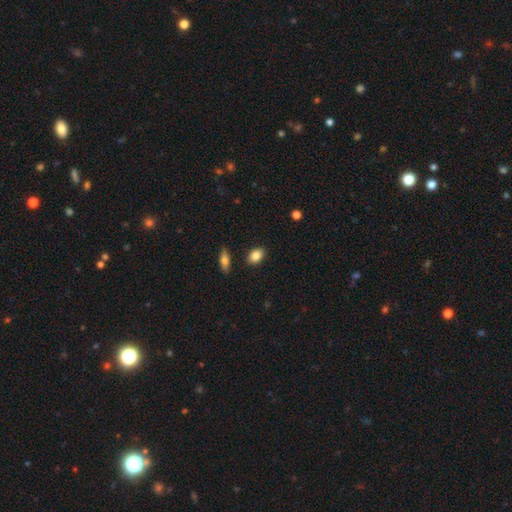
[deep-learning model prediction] Smooth or featured?
  - smooth: 85% *
  - featured or disk: 8%
  - star or artifact: 7%
How rounded?
  - in between: 82% *
  - round: 16%
  - cigar-shaped: 2%
Merging?
  - none: 87% *
  - minor disturbance: 9%
  - merger: 3%
  - major disturbance: 2%